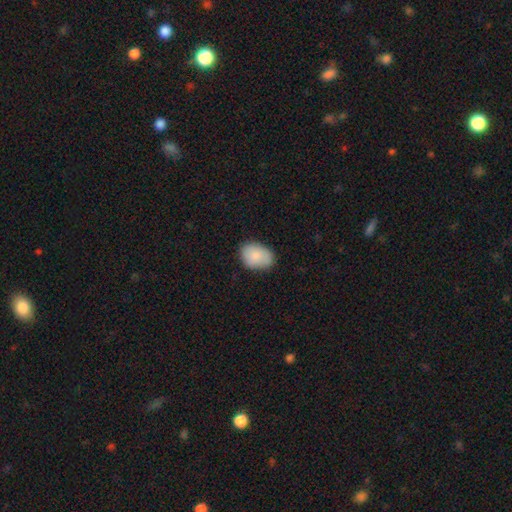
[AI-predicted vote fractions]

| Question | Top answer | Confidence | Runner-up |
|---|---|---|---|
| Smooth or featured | smooth | 86% | featured or disk (8%) |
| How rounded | in between | 76% | round (23%) |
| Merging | none | 75% | minor disturbance (20%) |